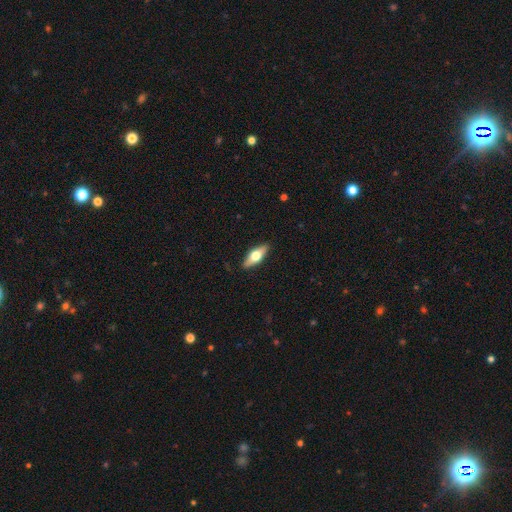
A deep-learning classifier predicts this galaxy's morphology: Overall: smooth (47%, tied with featured or disk). Merging: none (89%).